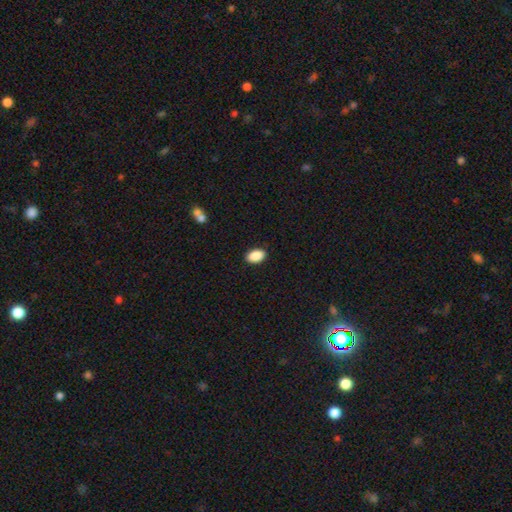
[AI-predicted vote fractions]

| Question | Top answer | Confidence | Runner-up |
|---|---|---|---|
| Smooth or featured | smooth | 90% | star or artifact (7%) |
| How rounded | in between | 92% | round (7%) |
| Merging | none | 89% | minor disturbance (8%) |